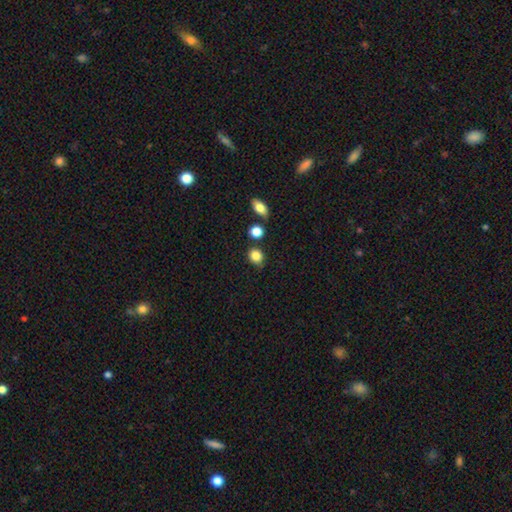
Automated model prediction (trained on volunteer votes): This is clearly a smooth galaxy (85%). How rounded: likely round (68%). Merging: likely none (76%).